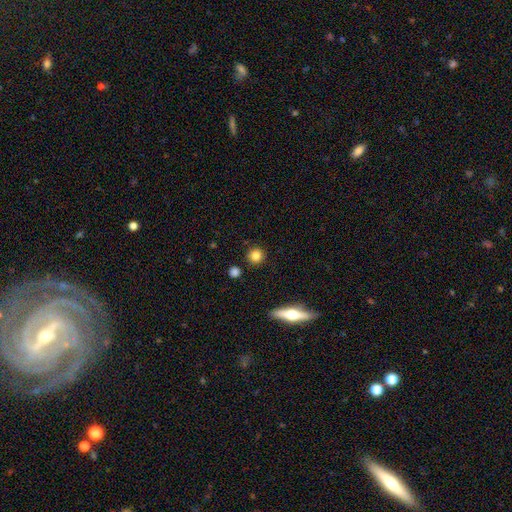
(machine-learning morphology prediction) The model was most divided on "smooth or featured": smooth: 83%, star or artifact: 10%, featured or disk: 8%. More confident: how rounded — round (92%); merging — none (89%).